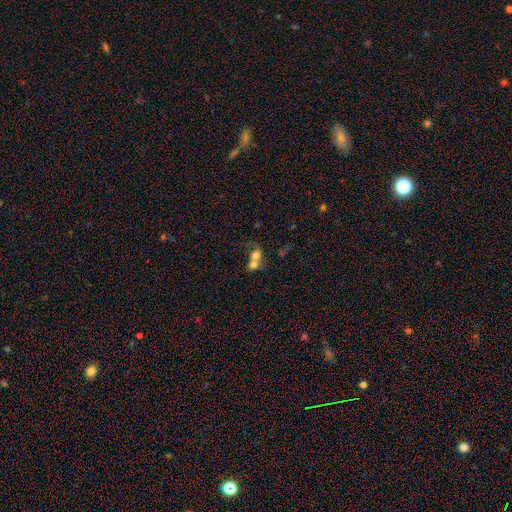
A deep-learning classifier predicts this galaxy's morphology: A smooth galaxy with no disk features (67%) that is round (56%).

Vote fractions:
- Smooth or featured? smooth: 67% / featured or disk: 22% / star or artifact: 11%
- How rounded? round: 56% / in between: 42% / cigar-shaped: 2%
- Merging? merger: 78% / none: 12% / major disturbance: 5% / minor disturbance: 5%